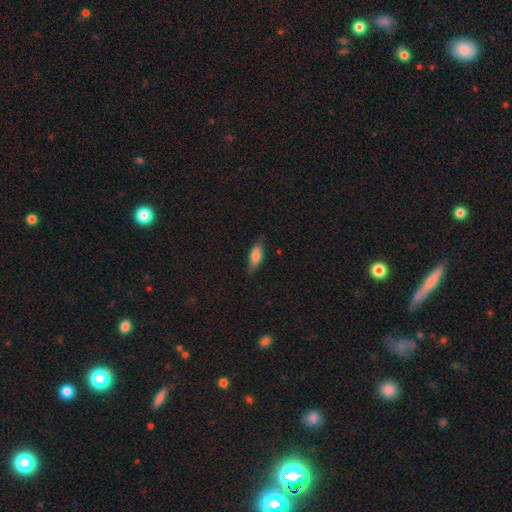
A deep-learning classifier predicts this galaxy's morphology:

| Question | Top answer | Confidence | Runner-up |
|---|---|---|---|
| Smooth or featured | smooth | 76% | featured or disk (17%) |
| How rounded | in between | 66% | cigar-shaped (32%) |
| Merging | none | 76% | minor disturbance (19%) |